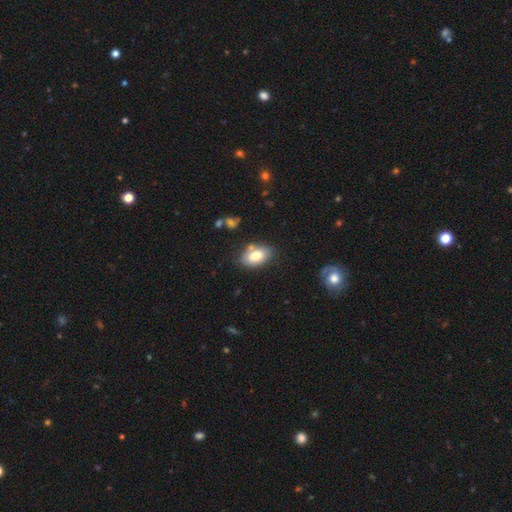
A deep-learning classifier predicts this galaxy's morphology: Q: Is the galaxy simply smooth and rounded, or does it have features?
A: smooth — 80%.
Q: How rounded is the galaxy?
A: in between — 91%.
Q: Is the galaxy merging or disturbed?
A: none — 69%.